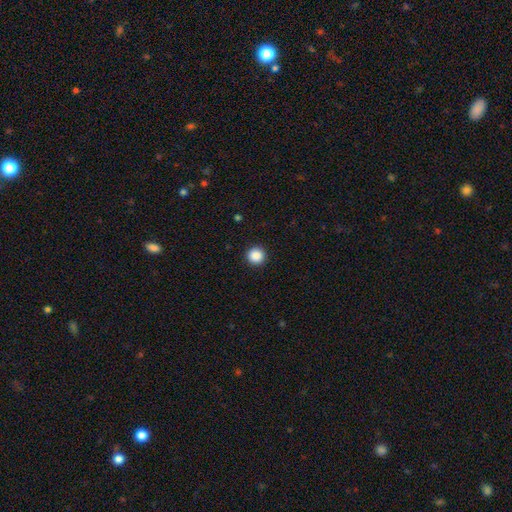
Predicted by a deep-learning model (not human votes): Smooth or featured?
  - smooth: 88% *
  - star or artifact: 9%
  - featured or disk: 2%
How rounded?
  - round: 96% *
  - in between: 3%
  - cigar-shaped: 1%
Merging?
  - none: 93% *
  - minor disturbance: 5%
  - major disturbance: 2%
  - merger: 1%